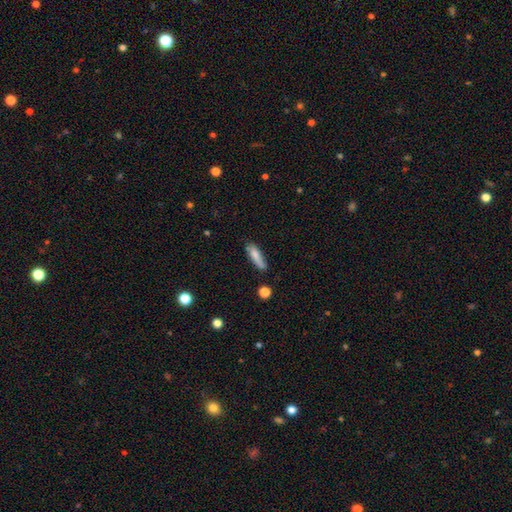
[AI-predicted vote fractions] Q: Smooth or featured?
A: smooth (76%); runner-up: featured or disk (17%)
Q: How rounded?
A: cigar-shaped (67%); runner-up: in between (31%)
Q: Merging?
A: none (62%); runner-up: minor disturbance (26%)